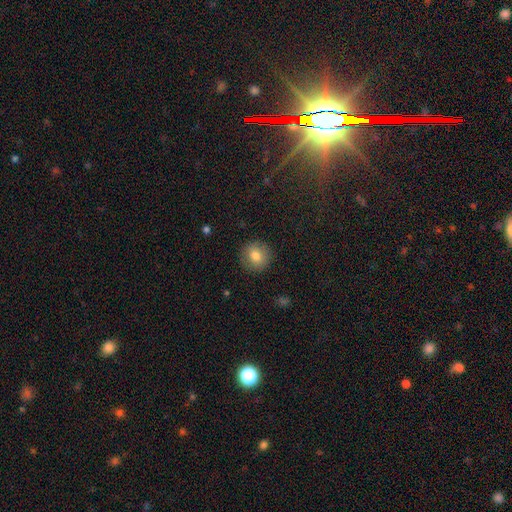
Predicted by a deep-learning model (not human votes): smooth-or-featured: smooth: 79% | featured or disk: 12% | star or artifact: 9%
  how-rounded: round: 91% | in between: 8% | cigar-shaped: 1%
  merging: none: 89% | minor disturbance: 7% | major disturbance: 2% | merger: 1%